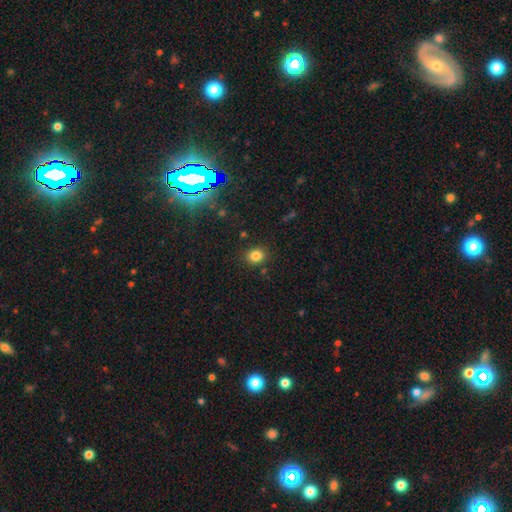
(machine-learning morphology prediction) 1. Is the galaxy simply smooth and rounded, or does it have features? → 81% smooth, 13% star or artifact, 5% featured or disk.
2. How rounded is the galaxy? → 68% round, 31% in between, 1% cigar-shaped.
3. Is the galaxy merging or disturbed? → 86% none, 9% minor disturbance, 3% major disturbance, 2% merger.